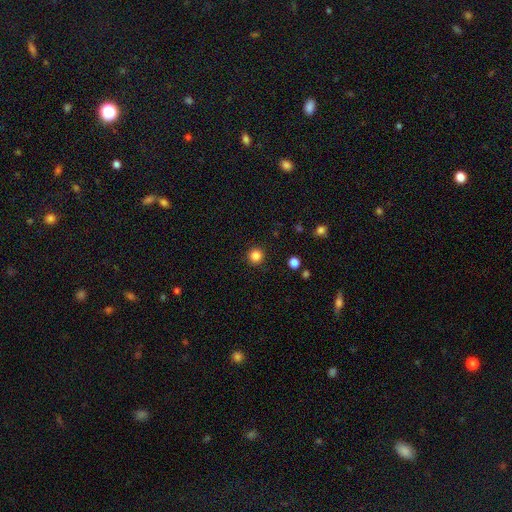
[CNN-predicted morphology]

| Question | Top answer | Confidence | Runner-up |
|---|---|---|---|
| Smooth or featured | smooth | 85% | star or artifact (12%) |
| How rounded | round | 96% | in between (3%) |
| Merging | none | 92% | minor disturbance (5%) |